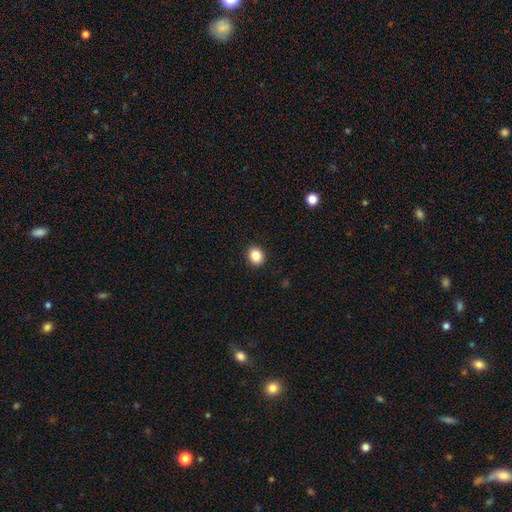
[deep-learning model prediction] smooth 87%, star or artifact 10%, featured or disk 4%. Down the decision tree: how rounded — round (70%); merging — none (92%).